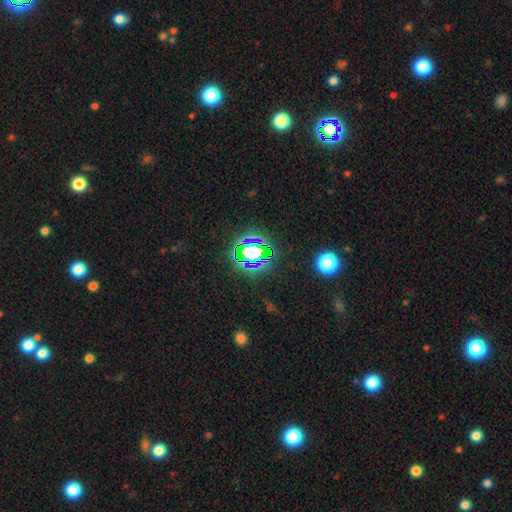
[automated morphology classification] Smooth or featured? Predicted: star or artifact (p=0.76).